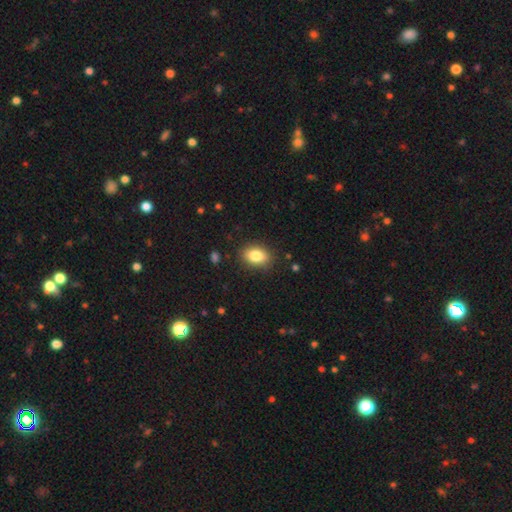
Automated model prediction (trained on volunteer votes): smooth_or_featured: smooth (p=0.83) [alt: star or artifact p=0.09]
how_rounded: in between (p=0.79) [alt: round p=0.19]
merging: none (p=0.87) [alt: minor disturbance p=0.09]